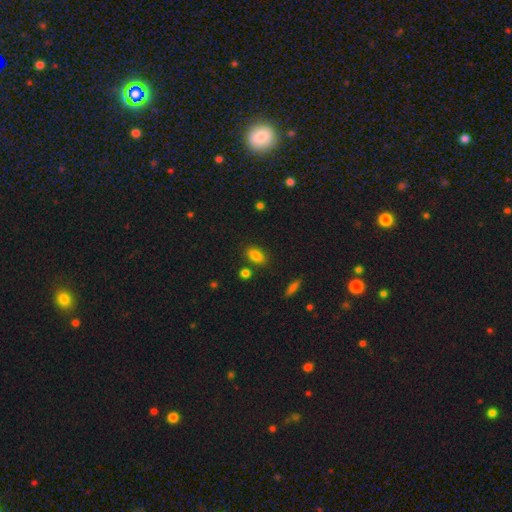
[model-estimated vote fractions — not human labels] Smooth or featured?
  - smooth: 84% *
  - star or artifact: 10%
  - featured or disk: 6%
How rounded?
  - in between: 86% *
  - round: 8%
  - cigar-shaped: 5%
Merging?
  - none: 81% *
  - minor disturbance: 11%
  - merger: 5%
  - major disturbance: 3%